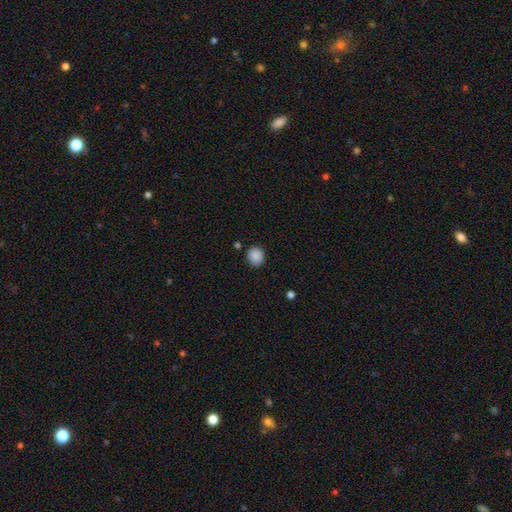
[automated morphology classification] smooth_or_featured: smooth (p=0.89) [alt: star or artifact p=0.09]
how_rounded: round (p=0.77) [alt: in between p=0.23]
merging: none (p=0.85) [alt: minor disturbance p=0.10]